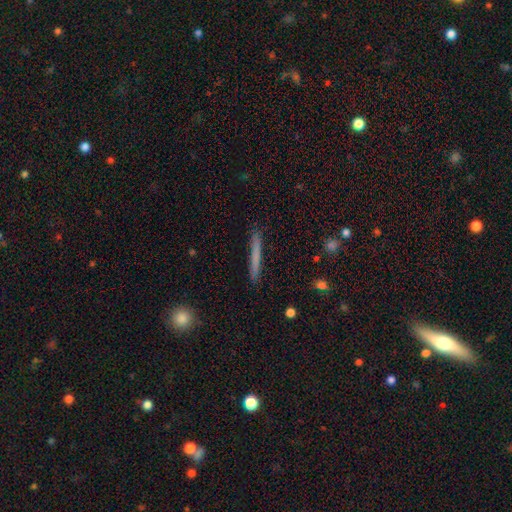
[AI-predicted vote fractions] smooth-or-featured: smooth: 66% | featured or disk: 28% | star or artifact: 6%
  how-rounded: cigar-shaped: 97% | in between: 2% | round: 2%
  merging: none: 90% | minor disturbance: 7% | major disturbance: 2% | merger: 1%